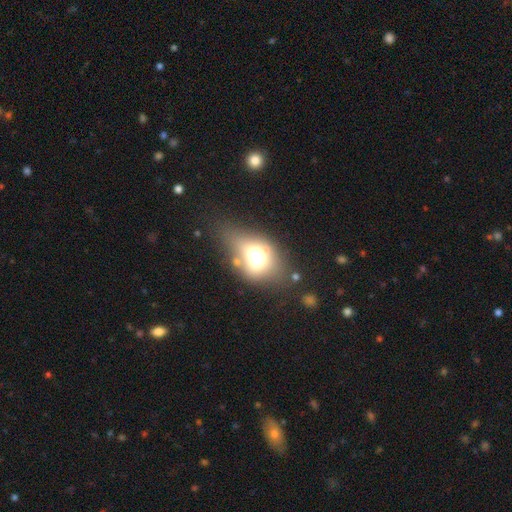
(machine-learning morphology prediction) Smooth or featured: smooth — 54% (featured or disk — 31%)
How rounded: in between — 69% (round — 28%)
Merging: none — 41% (merger — 23%)